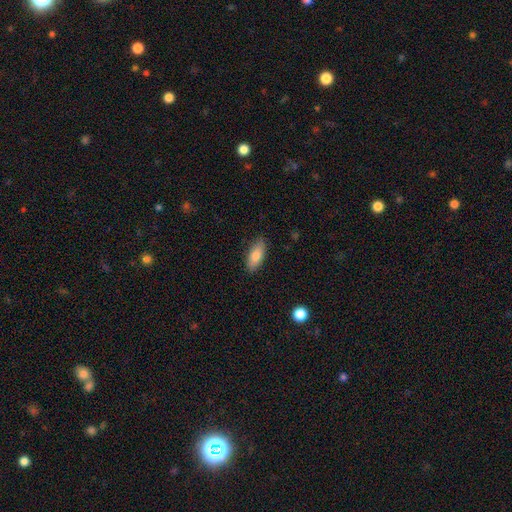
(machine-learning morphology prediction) Smooth or featured? smooth (81%)
How rounded? in between (82%)
Merging? none (86%)